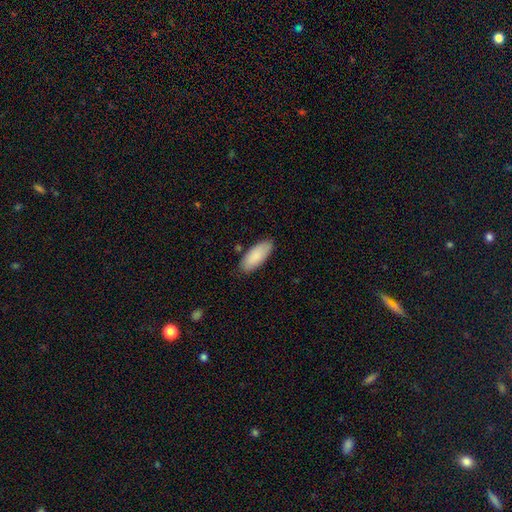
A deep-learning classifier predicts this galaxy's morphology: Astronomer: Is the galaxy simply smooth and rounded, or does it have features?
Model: smooth — 88%.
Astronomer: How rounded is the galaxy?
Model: in between — 82%.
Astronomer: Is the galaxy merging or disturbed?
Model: none — 84%.